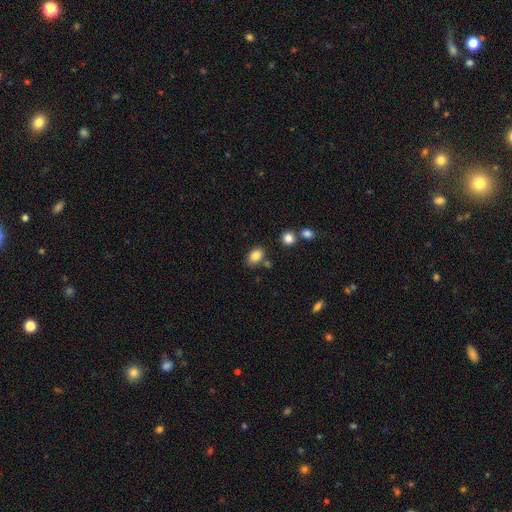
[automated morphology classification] A smooth galaxy with no disk features (85%) that is in between round and cigar-shaped (80%). Merging: none (74%).